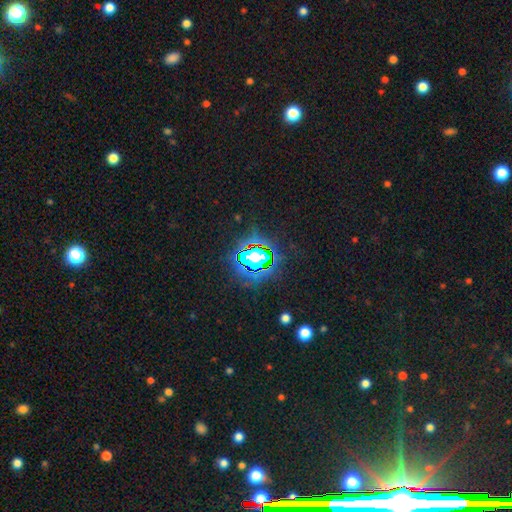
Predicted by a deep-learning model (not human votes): smooth-or-featured: star or artifact: 82% | smooth: 11% | featured or disk: 7%